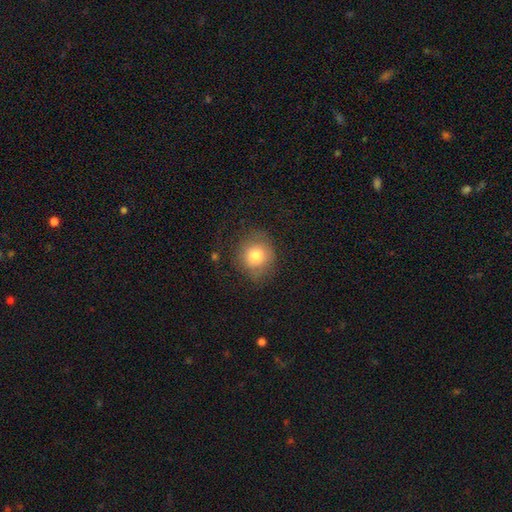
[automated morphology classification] Overall: smooth (77%). How rounded: round (84%). Merging: none (70%).